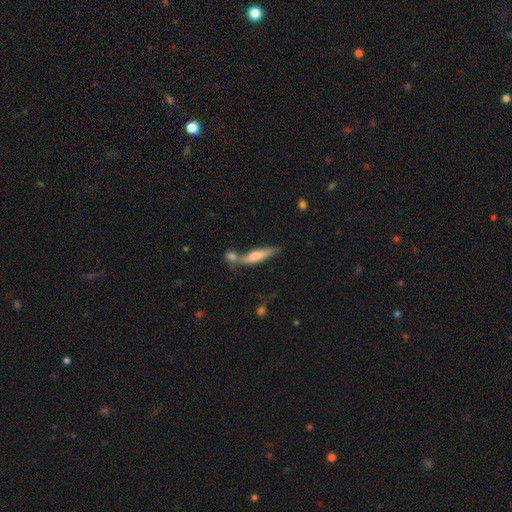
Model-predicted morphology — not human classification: smooth_or_featured: smooth (p=0.51) [alt: featured or disk p=0.42]
how_rounded: cigar-shaped (p=0.82) [alt: in between p=0.16]
merging: none (p=0.50) [alt: merger p=0.31]